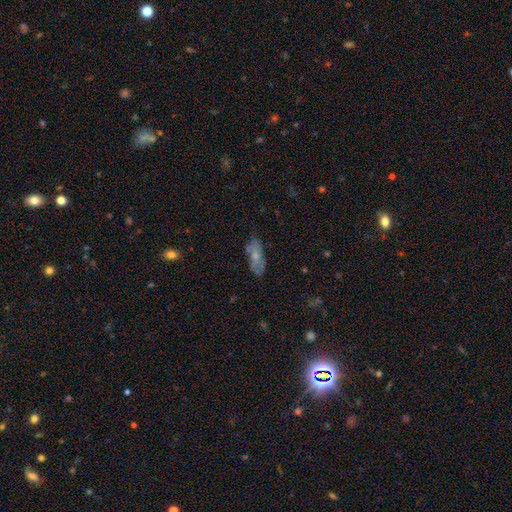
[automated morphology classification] Overall: smooth (59%; featured or disk 34%). How rounded: in between (74%). Merging: none (71%).